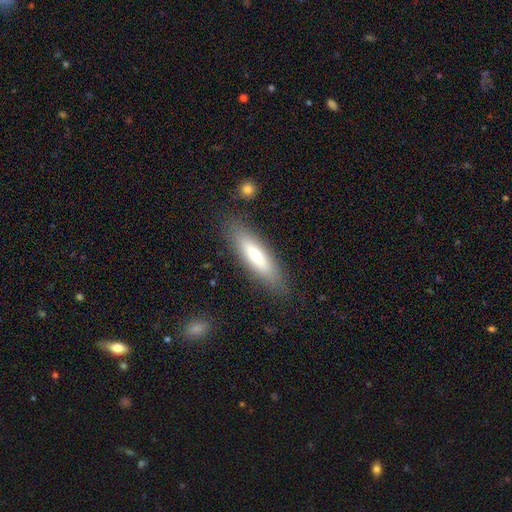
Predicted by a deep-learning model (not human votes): Q: Smooth or featured?
A: smooth (72%); runner-up: featured or disk (22%)
Q: How rounded?
A: cigar-shaped (69%); runner-up: in between (29%)
Q: Merging?
A: none (85%); runner-up: minor disturbance (10%)